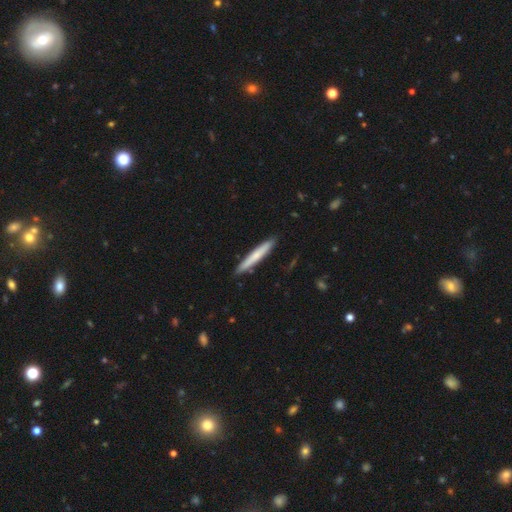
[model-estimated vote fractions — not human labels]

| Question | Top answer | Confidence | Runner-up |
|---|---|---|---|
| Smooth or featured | smooth | 66% | featured or disk (29%) |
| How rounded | cigar-shaped | 96% | in between (3%) |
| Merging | none | 90% | minor disturbance (7%) |